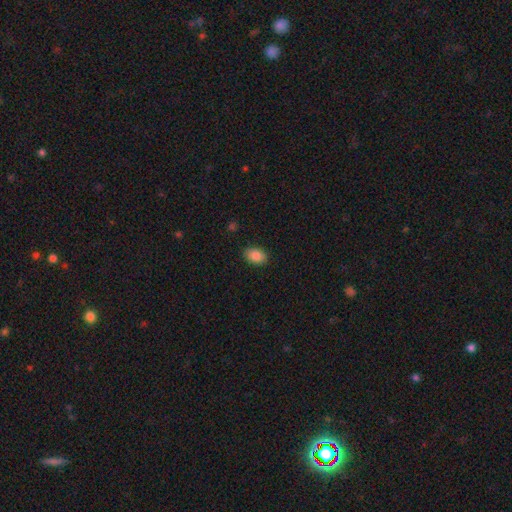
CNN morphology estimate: This is clearly a smooth galaxy (88%). How rounded: clearly in between (84%). Merging: clearly none (88%).